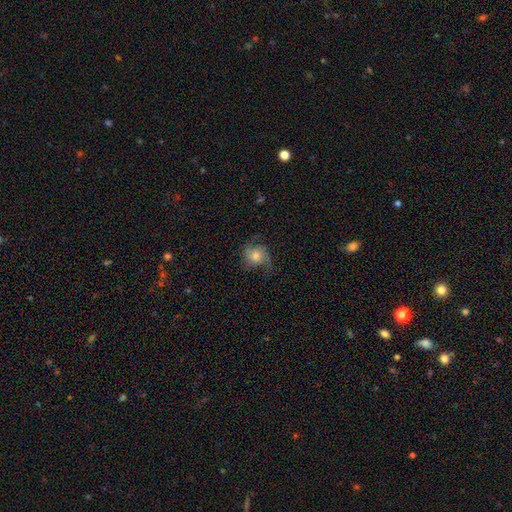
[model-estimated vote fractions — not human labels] A featured or disk galaxy (52%) with no bar (77%), spiral arms (88%) and a moderate central bulge (56%).

Vote fractions:
- Smooth or featured? featured or disk: 52% / smooth: 37% / star or artifact: 11%
- Edge-on disk? no: 96% / yes: 4%
- Bar? no: 77% / weak: 20% / strong: 3%
- Spiral arms? yes: 88% / no: 12%
- Bulge size? moderate: 56% / small: 23% / large: 15% / none: 3% / dominant: 3%
- Merging? none: 61% / minor disturbance: 22% / major disturbance: 16% / merger: 1%